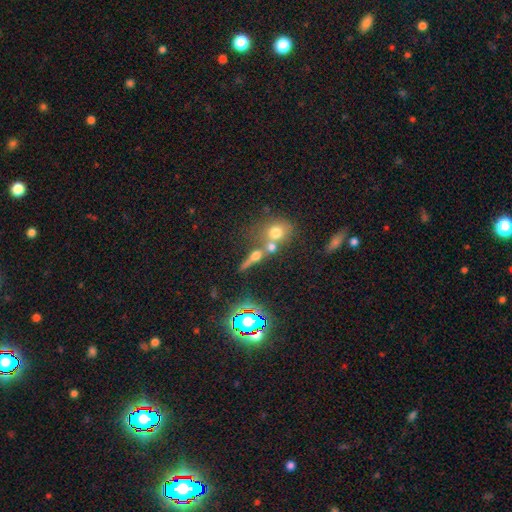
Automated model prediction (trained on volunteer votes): This is marginally a smooth galaxy (40%). Merging: possibly none (47%).